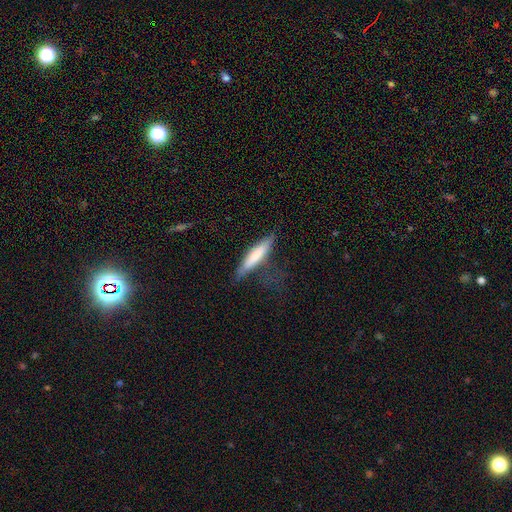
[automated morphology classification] A smooth galaxy with no disk features (70%) that is cigar-shaped (85%).

Vote fractions:
- Smooth or featured? smooth: 70% / featured or disk: 24% / star or artifact: 6%
- How rounded? cigar-shaped: 85% / in between: 13% / round: 1%
- Merging? none: 59% / minor disturbance: 26% / major disturbance: 12% / merger: 2%